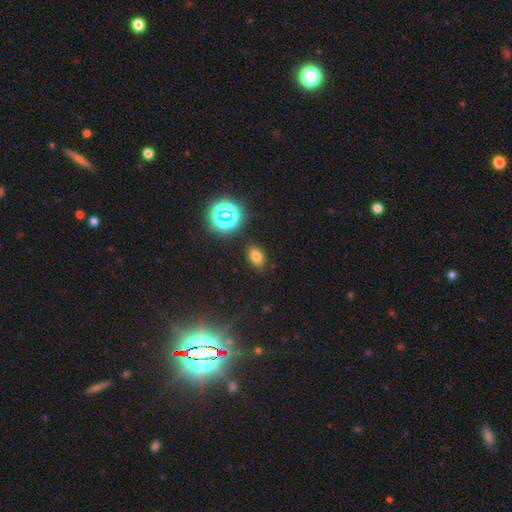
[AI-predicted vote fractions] Smooth or featured: smooth — 71% (star or artifact — 22%)
How rounded: in between — 83% (round — 15%)
Merging: none — 82% (minor disturbance — 13%)